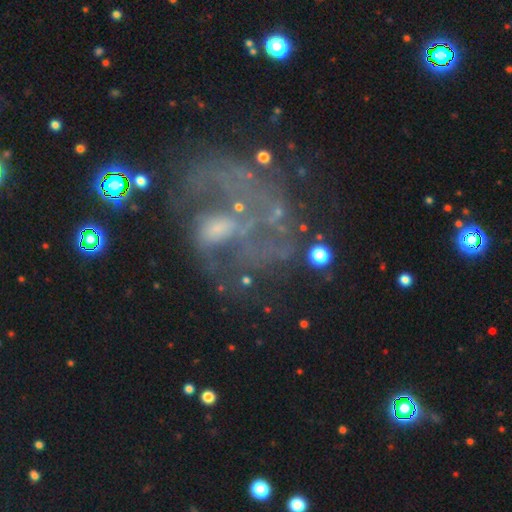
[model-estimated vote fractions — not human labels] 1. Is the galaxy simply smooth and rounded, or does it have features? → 67% featured or disk, 20% star or artifact, 13% smooth.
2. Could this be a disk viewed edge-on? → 98% no, 2% yes.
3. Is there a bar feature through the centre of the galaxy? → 71% no, 23% weak, 6% strong.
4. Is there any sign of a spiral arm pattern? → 52% yes, 48% no.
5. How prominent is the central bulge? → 39% none, 30% small, 25% moderate, 4% large, 2% dominant.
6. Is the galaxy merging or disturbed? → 40% major disturbance, 35% none, 15% minor disturbance, 9% merger.